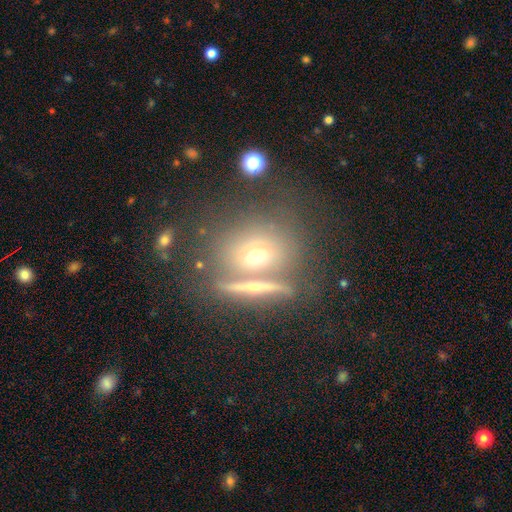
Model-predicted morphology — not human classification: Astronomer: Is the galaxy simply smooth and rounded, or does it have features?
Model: smooth — 46% (runner-up: featured or disk, 37%).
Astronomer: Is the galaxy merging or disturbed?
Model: none — 59%.